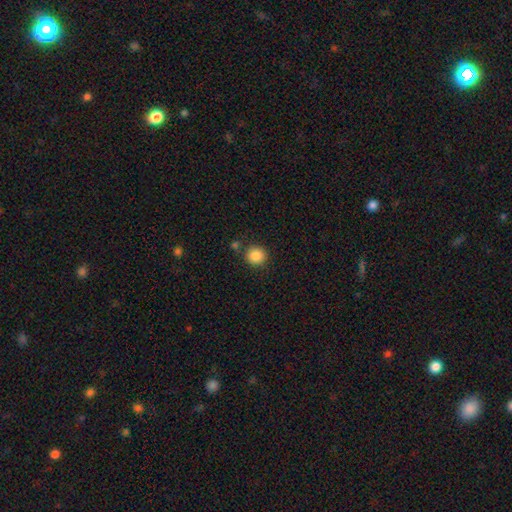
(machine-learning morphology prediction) A smooth galaxy with no disk features (87%) that is round (91%). Merging: none (83%).